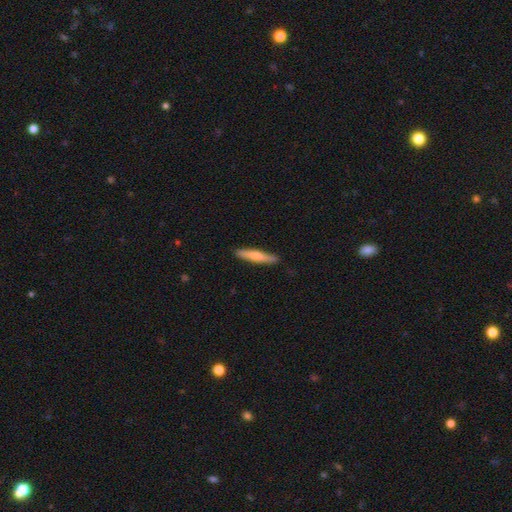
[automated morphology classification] This is likely a smooth galaxy (62%). How rounded: clearly cigar-shaped (91%). Merging: clearly none (88%).